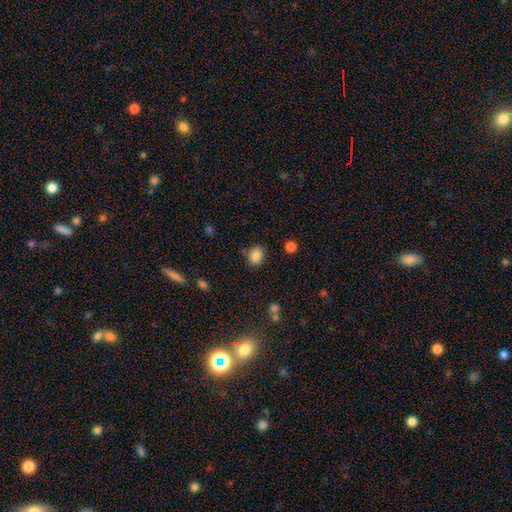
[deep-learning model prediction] Smooth or featured? Predicted: smooth (p=0.86). How rounded? Predicted: in between (p=0.64). Merging? Predicted: none (p=0.76).